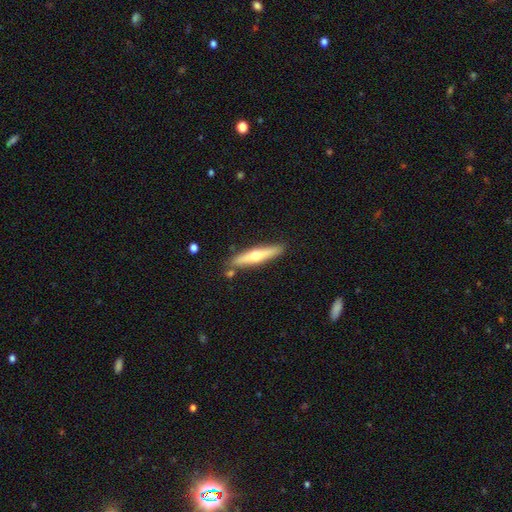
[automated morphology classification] Smooth or featured: featured or disk — 53% (smooth — 42%)
Edge-on disk: yes — 93% (no — 7%)
Merging: none — 86% (minor disturbance — 9%)